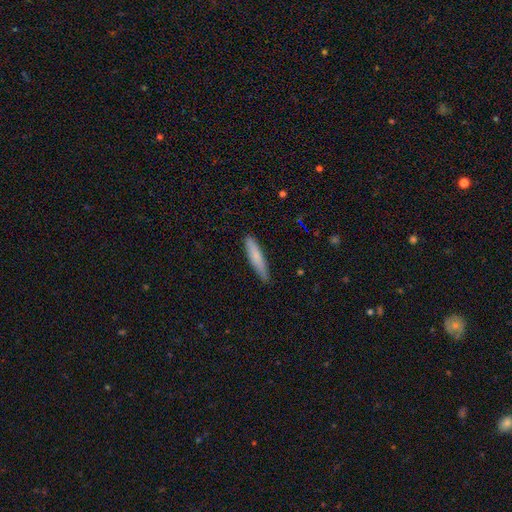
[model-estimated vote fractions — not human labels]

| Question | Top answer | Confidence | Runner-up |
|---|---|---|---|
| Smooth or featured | smooth | 78% | featured or disk (16%) |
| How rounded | cigar-shaped | 89% | in between (10%) |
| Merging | none | 84% | minor disturbance (13%) |